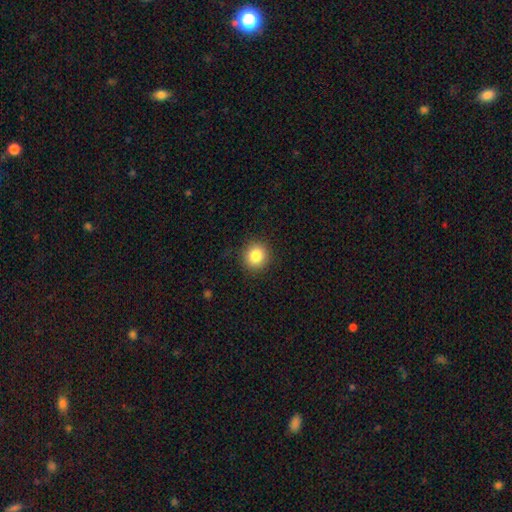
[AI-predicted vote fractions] smooth 84%, star or artifact 10%, featured or disk 6%. Down the decision tree: how rounded — round (88%); merging — none (90%).